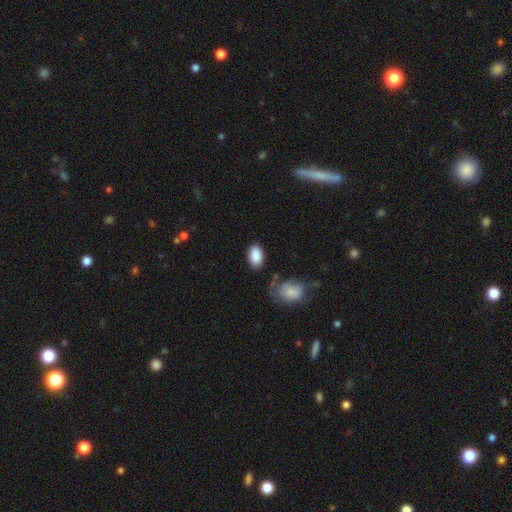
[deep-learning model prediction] Smooth or featured?
  - smooth: 89% *
  - star or artifact: 7%
  - featured or disk: 4%
How rounded?
  - in between: 92% *
  - round: 7%
  - cigar-shaped: 1%
Merging?
  - none: 76% *
  - minor disturbance: 15%
  - merger: 5%
  - major disturbance: 4%